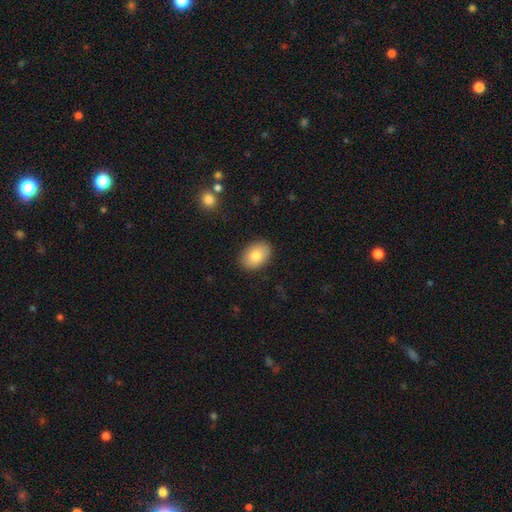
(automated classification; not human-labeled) smooth_or_featured: smooth (p=0.83) [alt: featured or disk p=0.10]
how_rounded: in between (p=0.84) [alt: round p=0.15]
merging: none (p=0.88) [alt: minor disturbance p=0.09]